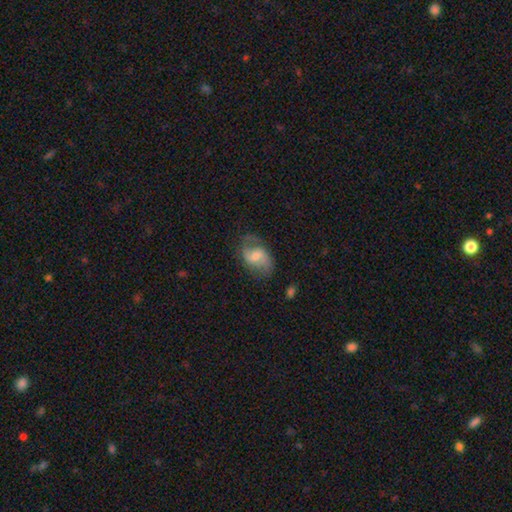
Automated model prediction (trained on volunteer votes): Q: Smooth or featured?
A: featured or disk (69%); runner-up: smooth (23%)
Q: Edge-on disk?
A: no (97%); runner-up: yes (3%)
Q: Bar?
A: weak (46%); runner-up: no (41%)
Q: Spiral arms?
A: yes (89%); runner-up: no (11%)
Q: Spiral winding?
A: medium (45%); runner-up: loose (38%)
Q: Spiral arm count?
A: 2 (85%); runner-up: can't tell (8%)
Q: Bulge size?
A: moderate (51%); runner-up: small (42%)
Q: Merging?
A: none (68%); runner-up: minor disturbance (21%)